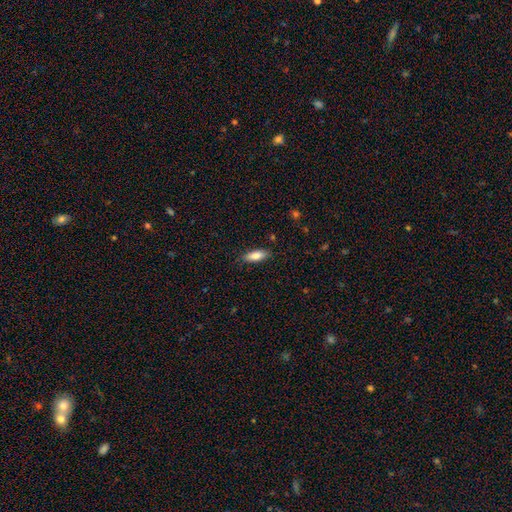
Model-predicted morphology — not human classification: Overall: smooth (81%). How rounded: in between (66%; cigar-shaped 32%). Merging: none (85%).